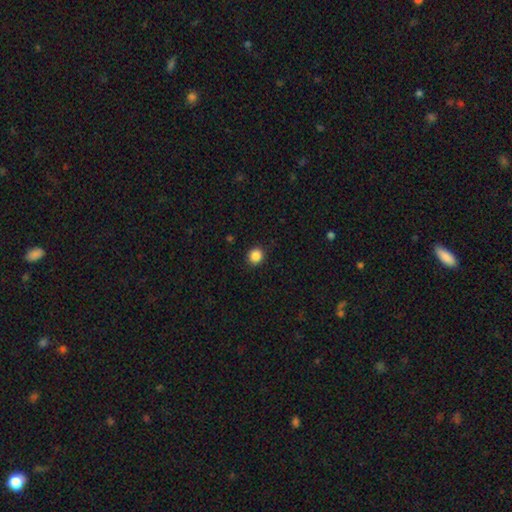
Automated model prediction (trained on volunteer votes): smooth_or_featured: smooth (p=0.87) [alt: star or artifact p=0.10]
how_rounded: round (p=0.86) [alt: in between p=0.13]
merging: none (p=0.89) [alt: minor disturbance p=0.07]